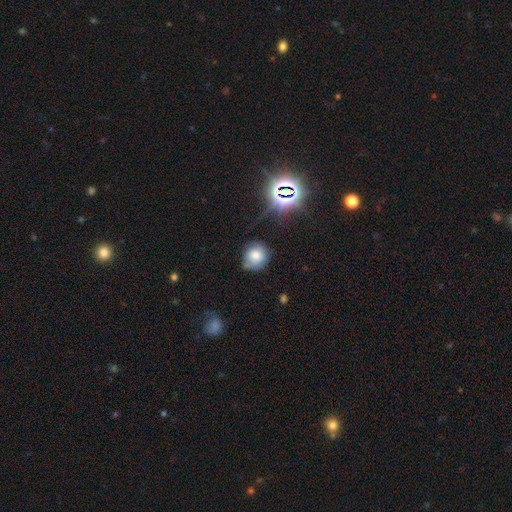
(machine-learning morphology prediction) This appears to be a smooth galaxy with no disk features (67%) that is round (84%). Merging: none (64%).